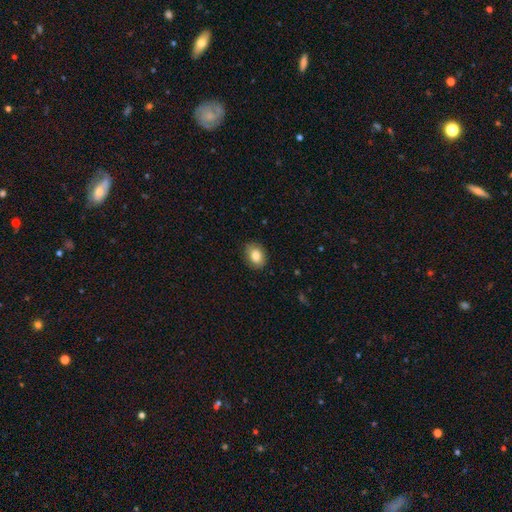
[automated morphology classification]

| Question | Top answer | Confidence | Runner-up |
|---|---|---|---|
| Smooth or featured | smooth | 84% | featured or disk (8%) |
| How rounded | in between | 74% | round (25%) |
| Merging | none | 85% | minor disturbance (12%) |